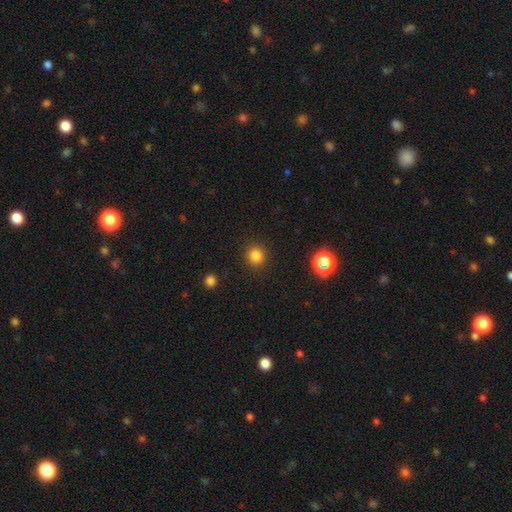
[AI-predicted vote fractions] The model was most divided on "smooth or featured": smooth: 82%, star or artifact: 13%, featured or disk: 4%. More confident: merging — none (91%); how rounded — round (87%).